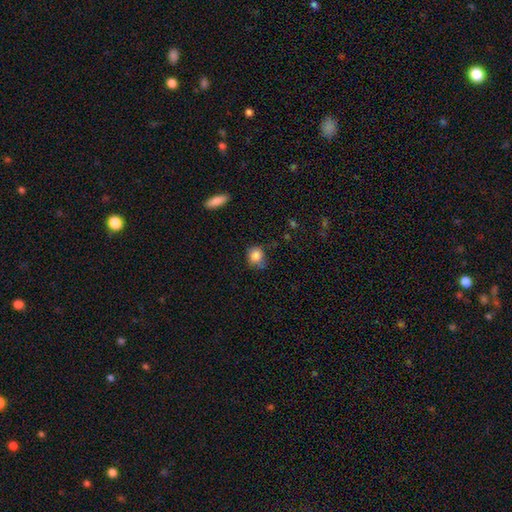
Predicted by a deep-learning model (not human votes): Q: Smooth or featured?
A: smooth (84%); runner-up: star or artifact (9%)
Q: How rounded?
A: round (68%); runner-up: in between (31%)
Q: Merging?
A: none (59%); runner-up: minor disturbance (32%)